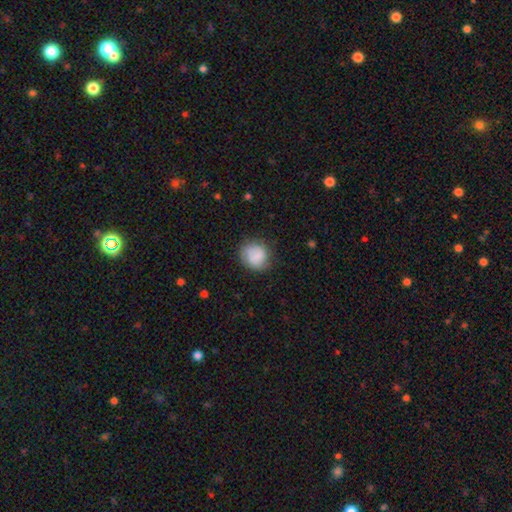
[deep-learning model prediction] This is clearly a smooth galaxy (82%). How rounded: likely round (77%). Merging: likely none (72%).